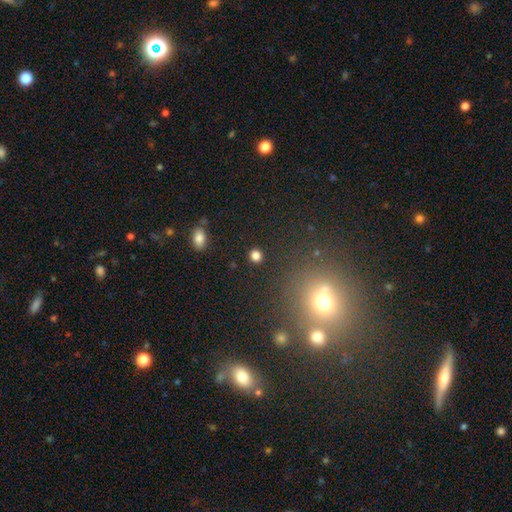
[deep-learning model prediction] A smooth galaxy with no disk features (82%) that is round (88%).

Vote fractions:
- Smooth or featured? smooth: 82% / star or artifact: 14% / featured or disk: 4%
- How rounded? round: 88% / in between: 11% / cigar-shaped: 1%
- Merging? none: 91% / minor disturbance: 5% / major disturbance: 2% / merger: 2%